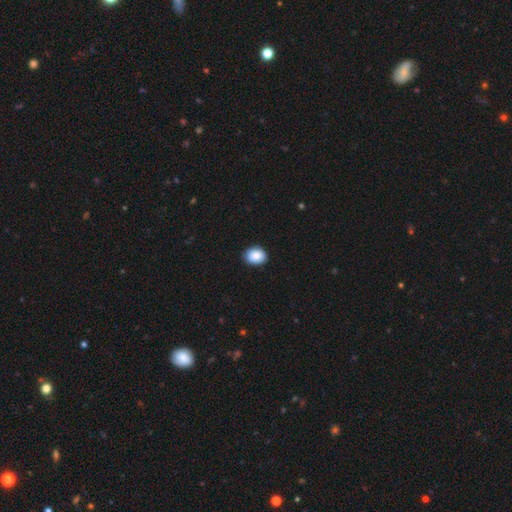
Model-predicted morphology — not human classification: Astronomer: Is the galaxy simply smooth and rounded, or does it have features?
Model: smooth — 88%.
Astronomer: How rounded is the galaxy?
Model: in between — 58% (runner-up: round, 41%).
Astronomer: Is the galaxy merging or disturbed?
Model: none — 87%.